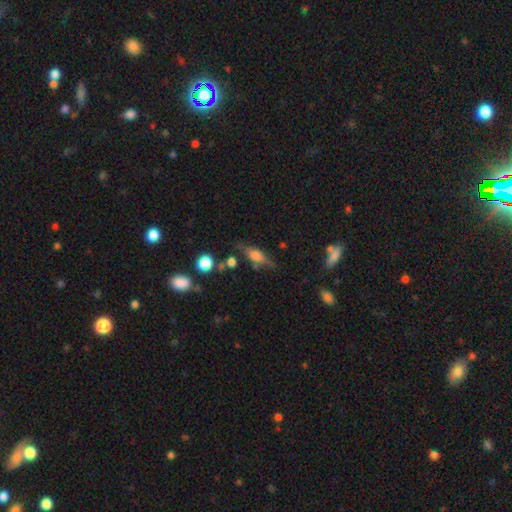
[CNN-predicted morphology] Smooth or featured? featured or disk (48%)
Merging? none (69%)